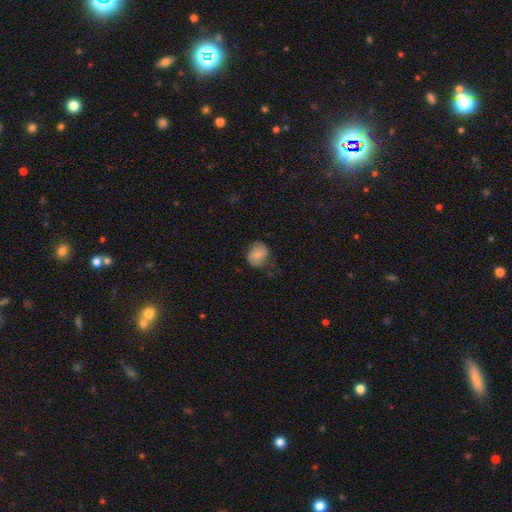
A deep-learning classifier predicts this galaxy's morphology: smooth-or-featured: smooth: 70% | featured or disk: 20% | star or artifact: 10%
  how-rounded: round: 63% | in between: 36% | cigar-shaped: 1%
  merging: none: 65% | minor disturbance: 26% | major disturbance: 8% | merger: 1%